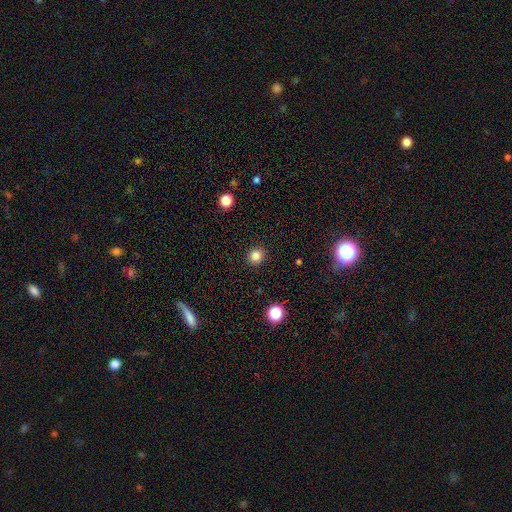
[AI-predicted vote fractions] smooth 84%, star or artifact 12%, featured or disk 4%. Down the decision tree: how rounded — round (89%); merging — none (92%).